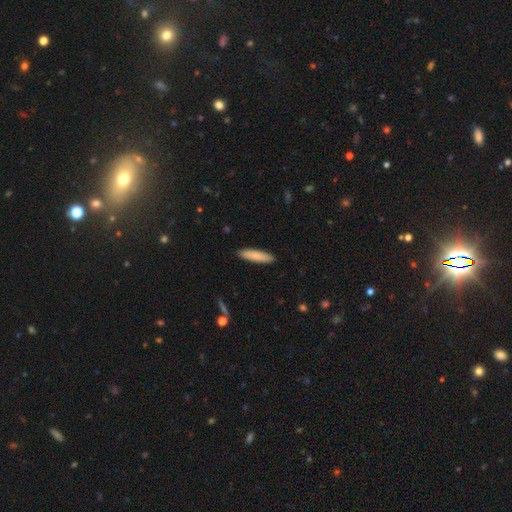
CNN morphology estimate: smooth 83%, featured or disk 11%, star or artifact 6%. Down the decision tree: how rounded — cigar-shaped (78%); merging — none (91%).